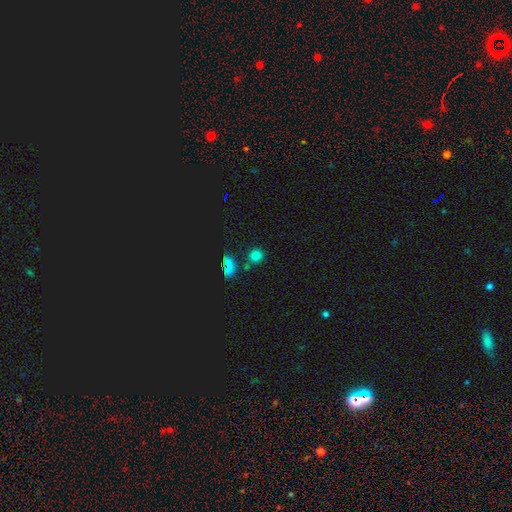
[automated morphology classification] Smooth or featured? smooth (69%)
How rounded? round (86%)
Merging? none (80%)